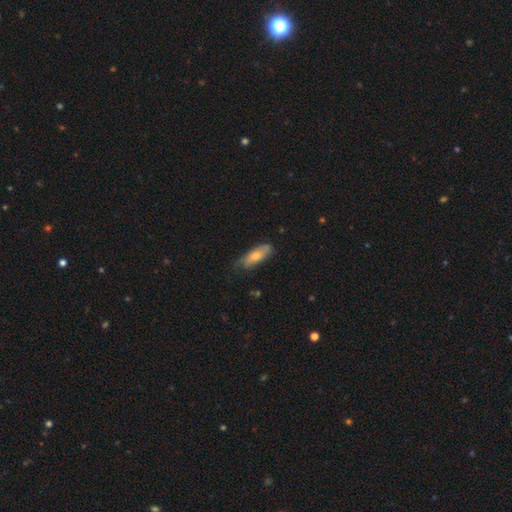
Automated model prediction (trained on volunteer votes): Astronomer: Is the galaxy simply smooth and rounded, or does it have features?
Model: smooth — 61%.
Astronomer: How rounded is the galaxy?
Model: in between — 55% (runner-up: cigar-shaped, 42%).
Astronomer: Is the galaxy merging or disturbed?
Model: none — 64%.